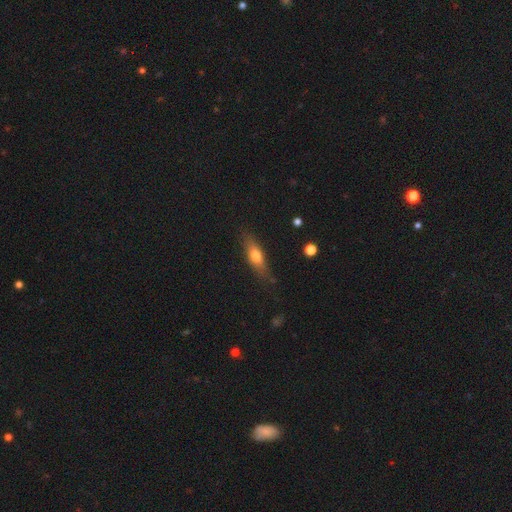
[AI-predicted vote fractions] Smooth or featured? smooth (59%)
How rounded? cigar-shaped (52%)
Merging? none (79%)